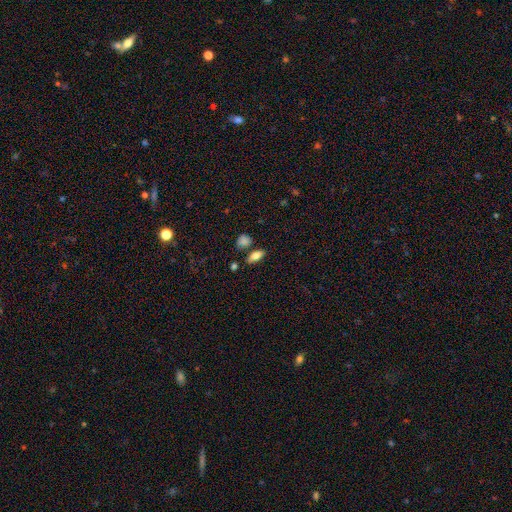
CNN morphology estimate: Smooth or featured?
  - smooth: 79% *
  - featured or disk: 13%
  - star or artifact: 8%
How rounded?
  - in between: 80% *
  - cigar-shaped: 15%
  - round: 5%
Merging?
  - none: 76% *
  - minor disturbance: 12%
  - merger: 8%
  - major disturbance: 3%